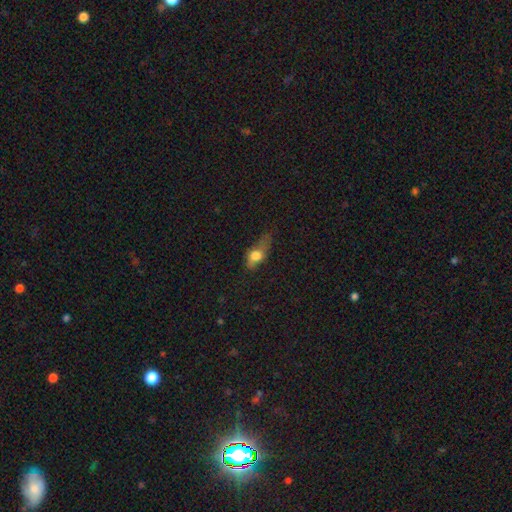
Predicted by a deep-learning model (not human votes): Smooth or featured?
  - smooth: 67% *
  - featured or disk: 22%
  - star or artifact: 11%
How rounded?
  - in between: 68% *
  - round: 18%
  - cigar-shaped: 14%
Merging?
  - major disturbance: 35% *
  - minor disturbance: 33%
  - none: 27%
  - merger: 4%